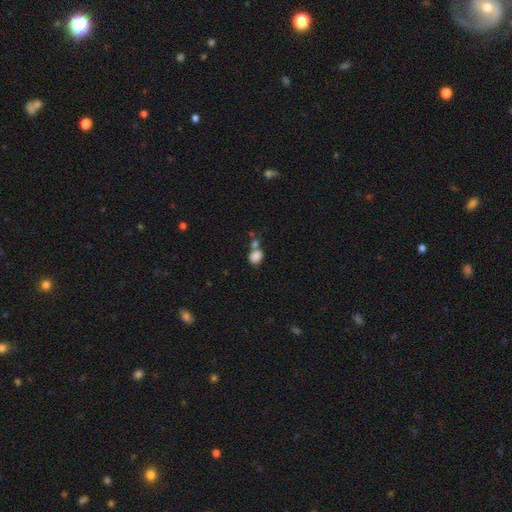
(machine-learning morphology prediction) smooth_or_featured: smooth (p=0.84) [alt: star or artifact p=0.10]
how_rounded: in between (p=0.58) [alt: round p=0.41]
merging: merger (p=0.40) [tied with: none p=0.40]